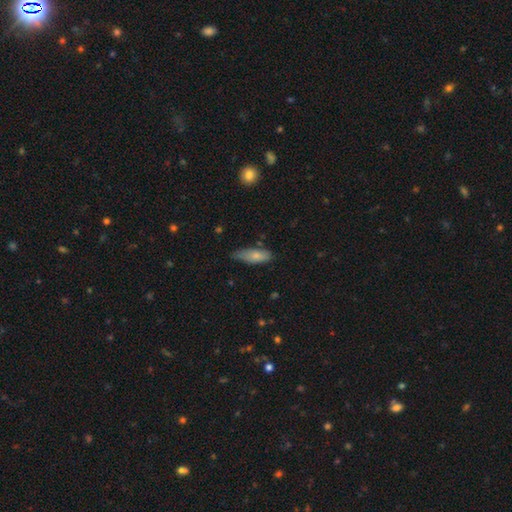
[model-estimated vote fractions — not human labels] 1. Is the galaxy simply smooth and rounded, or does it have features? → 78% smooth, 15% featured or disk, 7% star or artifact.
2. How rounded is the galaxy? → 62% in between, 36% cigar-shaped, 2% round.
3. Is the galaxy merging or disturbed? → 61% none, 31% minor disturbance, 5% major disturbance, 3% merger.